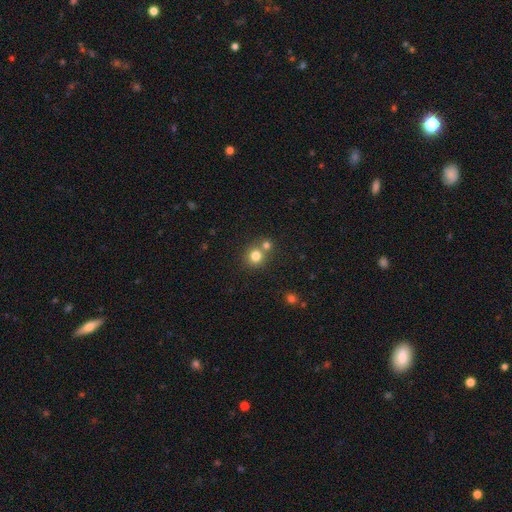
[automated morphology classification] A smooth galaxy with no disk features (79%) that is round (88%).

Vote fractions:
- Smooth or featured? smooth: 79% / star or artifact: 13% / featured or disk: 8%
- How rounded? round: 88% / in between: 11% / cigar-shaped: 1%
- Merging? none: 58% / merger: 32% / minor disturbance: 7% / major disturbance: 3%